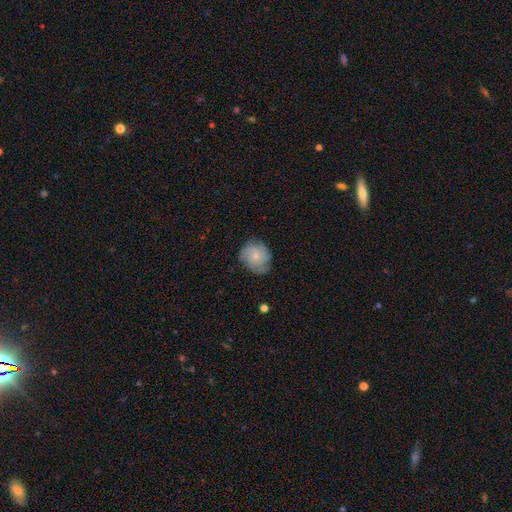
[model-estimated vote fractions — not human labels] This appears to be a smooth galaxy with no disk features (53%) that is round (75%). Merging: none (66%).